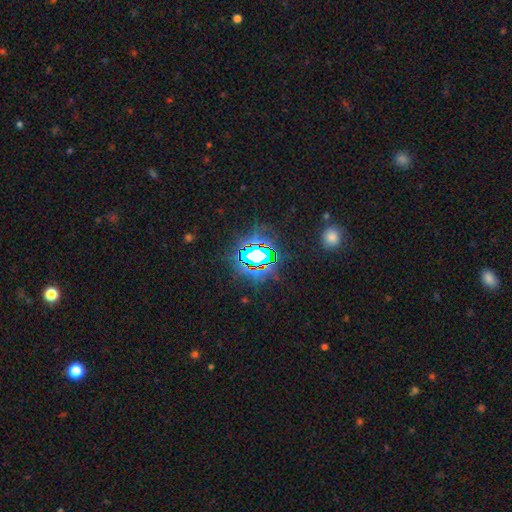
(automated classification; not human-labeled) smooth_or_featured: star or artifact (p=0.74) [alt: smooth p=0.14]